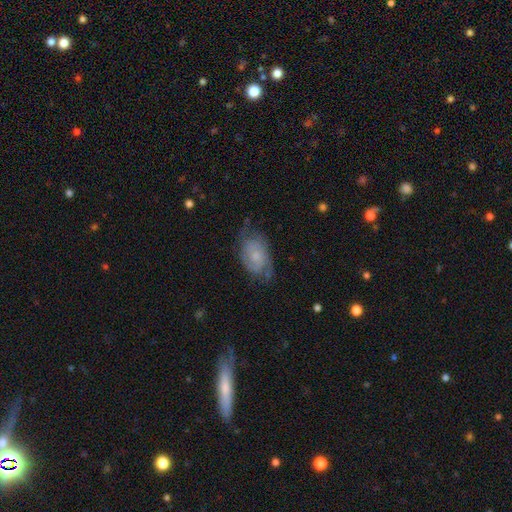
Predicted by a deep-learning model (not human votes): Smooth or featured? featured or disk (62%)
Edge-on disk? no (96%)
Bar? no (72%)
Spiral arms? yes (85%)
Spiral winding? tight (46%)
Spiral arm count? 2 (57%)
Bulge size? small (51%)
Merging? none (59%)